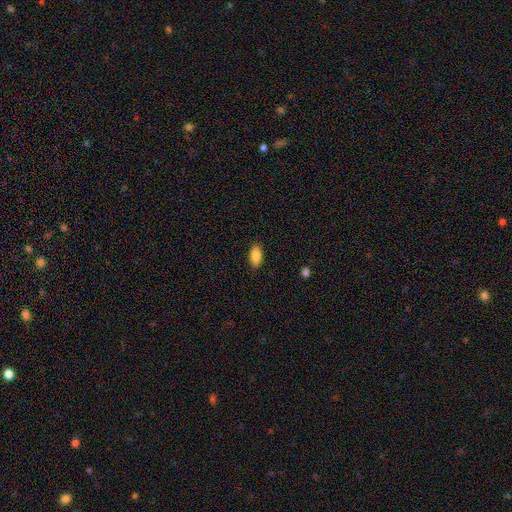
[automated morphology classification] Smooth or featured? Predicted: smooth (p=0.87). How rounded? Predicted: in between (p=0.91). Merging? Predicted: none (p=0.88).